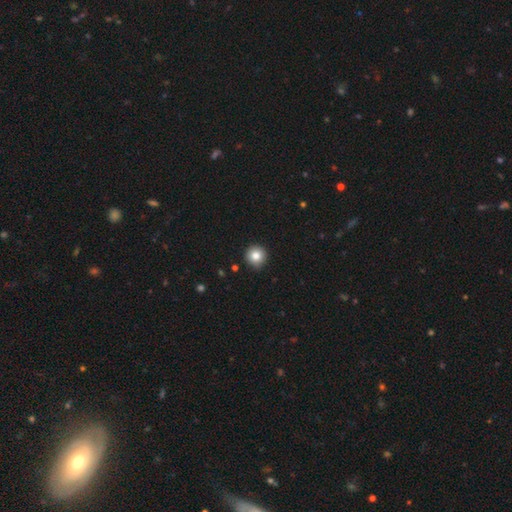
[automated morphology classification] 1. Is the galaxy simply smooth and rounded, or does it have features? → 82% smooth, 10% star or artifact, 7% featured or disk.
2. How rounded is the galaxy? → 95% round, 4% in between, 1% cigar-shaped.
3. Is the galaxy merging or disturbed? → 90% none, 7% minor disturbance, 2% major disturbance, 1% merger.